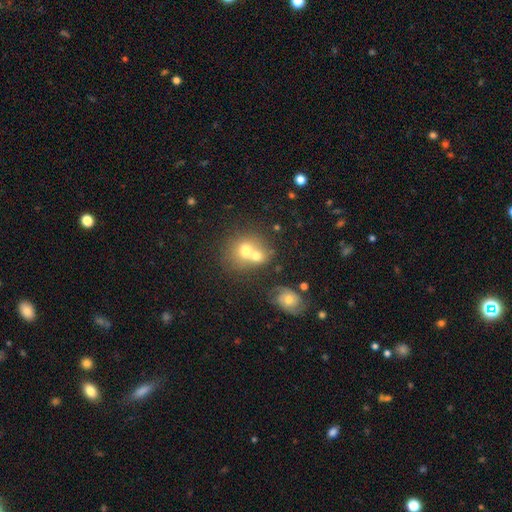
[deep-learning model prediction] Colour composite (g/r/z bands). It shows a smooth galaxy with no disk features (63%) that is round (69%). Merging: merger (63%).